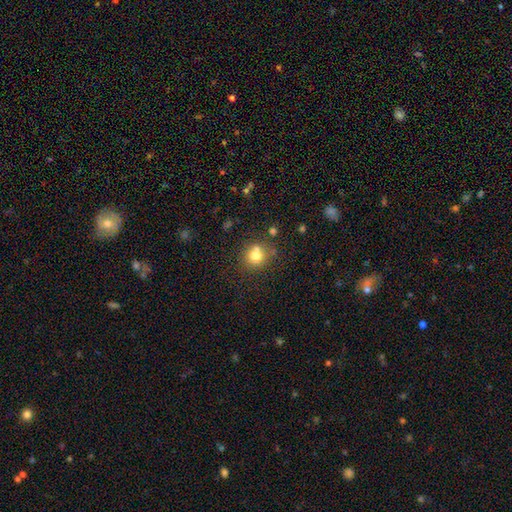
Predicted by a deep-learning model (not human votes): A smooth galaxy with no disk features (75%) that is round (85%).

Vote fractions:
- Smooth or featured? smooth: 75% / star or artifact: 13% / featured or disk: 12%
- How rounded? round: 85% / in between: 14% / cigar-shaped: 1%
- Merging? none: 63% / merger: 22% / minor disturbance: 11% / major disturbance: 4%